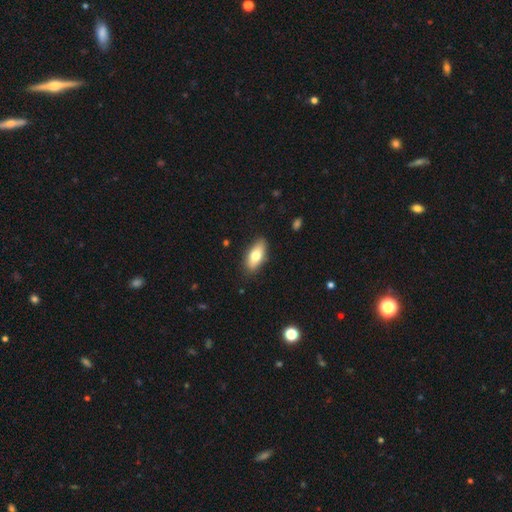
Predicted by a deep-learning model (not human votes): This is likely a smooth galaxy (75%). How rounded: clearly in between (82%). Merging: clearly none (87%).